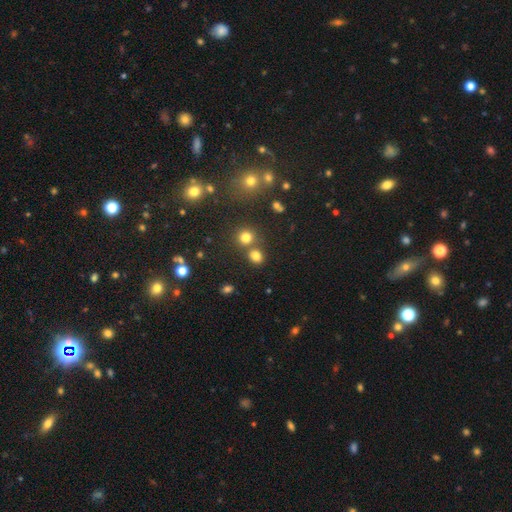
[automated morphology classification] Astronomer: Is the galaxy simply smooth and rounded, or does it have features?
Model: smooth — 75%.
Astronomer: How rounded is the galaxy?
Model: round — 68%.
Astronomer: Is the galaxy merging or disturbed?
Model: none — 65%.